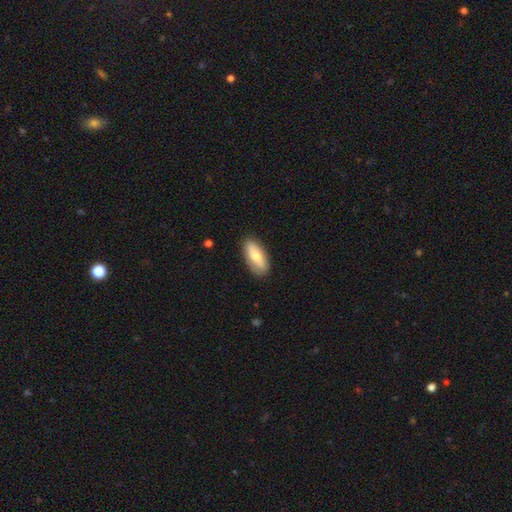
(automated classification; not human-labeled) This is likely a smooth galaxy (68%). How rounded: clearly in between (84%). Merging: clearly none (85%).